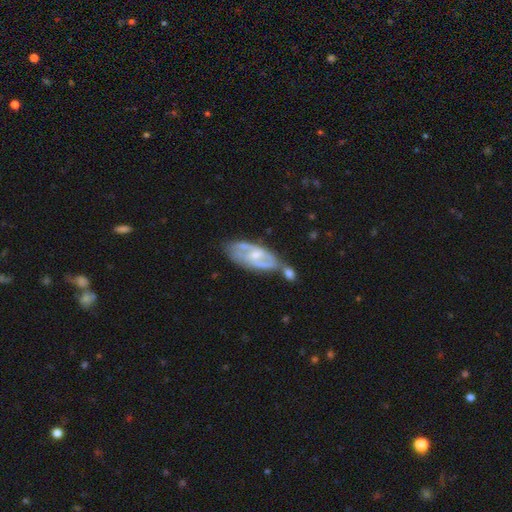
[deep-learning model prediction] A featured or disk galaxy (77%) with a weak bar (45%), 2 (67%) medium (46%) spiral arms (82%) and a small central bulge (59%). Merging: none (46%).